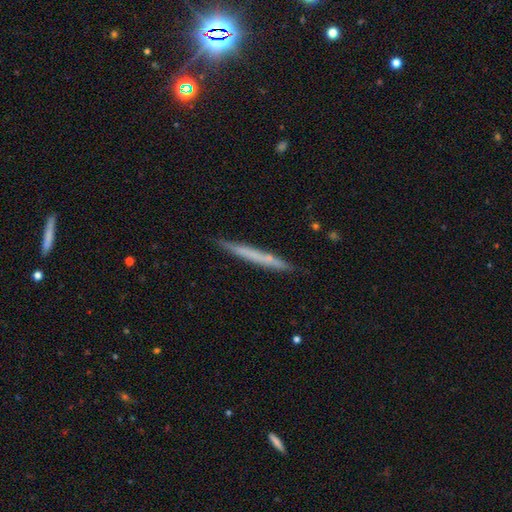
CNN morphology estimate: Smooth or featured? Predicted: smooth (p=0.54). How rounded? Predicted: cigar-shaped (p=0.97). Merging? Predicted: none (p=0.89).